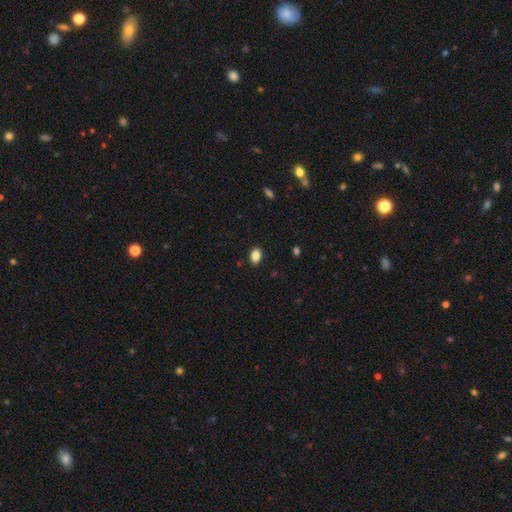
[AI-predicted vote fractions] Morphology: type=smooth (86%); roundness=in between (83%); merging=none (88%).